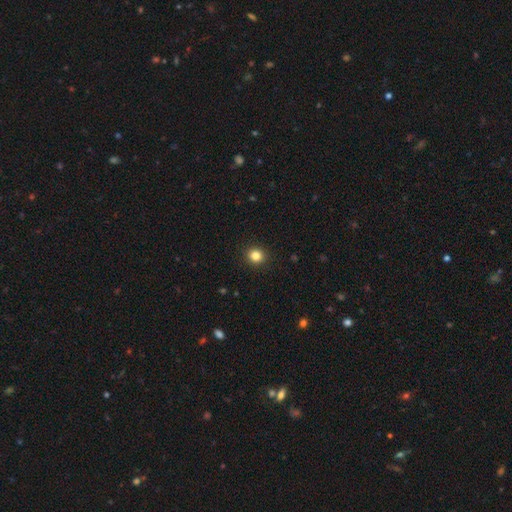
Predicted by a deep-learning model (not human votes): Overall: smooth (84%). How rounded: round (86%). Merging: none (92%).